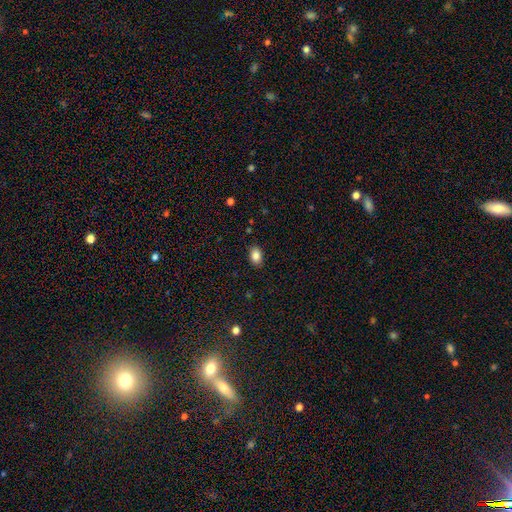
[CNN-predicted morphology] smooth_or_featured: smooth (p=0.86) [alt: star or artifact p=0.09]
how_rounded: in between (p=0.84) [alt: round p=0.15]
merging: none (p=0.87) [alt: minor disturbance p=0.10]